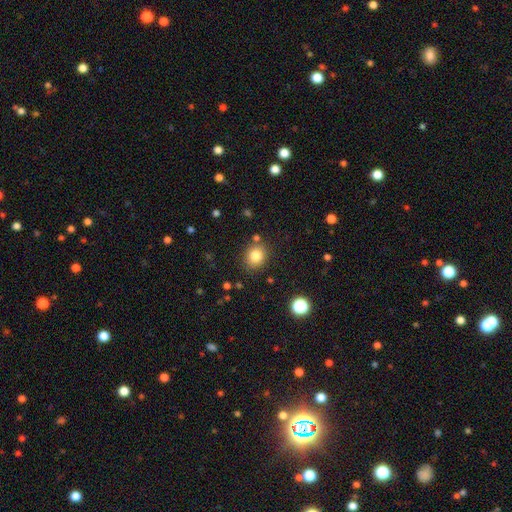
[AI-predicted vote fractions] Overall: smooth (81%). How rounded: round (69%; in between 30%). Merging: none (82%).